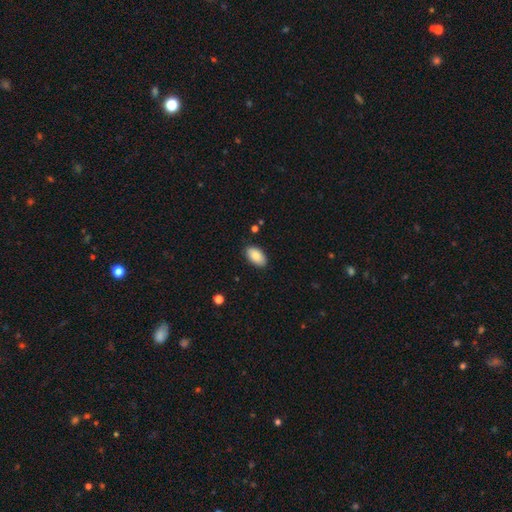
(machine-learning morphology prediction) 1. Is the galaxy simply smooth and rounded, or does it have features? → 86% smooth, 7% featured or disk, 7% star or artifact.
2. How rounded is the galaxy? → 95% in between, 3% round, 2% cigar-shaped.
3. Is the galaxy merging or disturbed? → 87% none, 10% minor disturbance, 2% major disturbance, 1% merger.